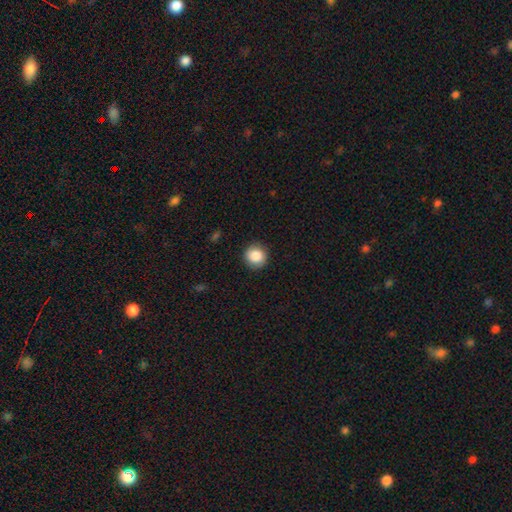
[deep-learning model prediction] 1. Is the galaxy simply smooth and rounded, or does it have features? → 86% smooth, 8% star or artifact, 5% featured or disk.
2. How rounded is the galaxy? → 91% round, 8% in between, 1% cigar-shaped.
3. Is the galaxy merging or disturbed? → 90% none, 7% minor disturbance, 2% major disturbance, 1% merger.